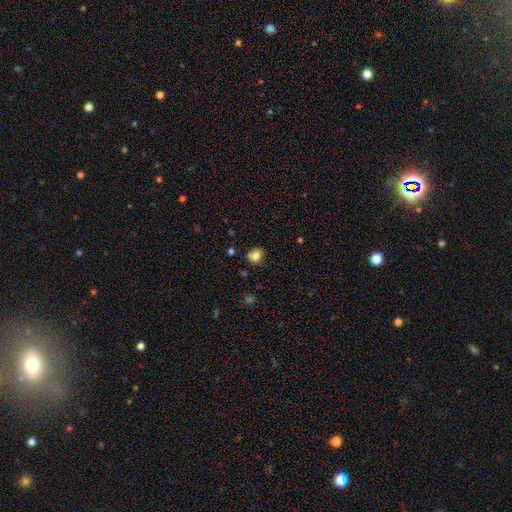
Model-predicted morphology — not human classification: A smooth galaxy with no disk features (79%) that is round (63%).

Vote fractions:
- Smooth or featured? smooth: 79% / star or artifact: 12% / featured or disk: 9%
- How rounded? round: 63% / in between: 36% / cigar-shaped: 1%
- Merging? none: 64% / minor disturbance: 21% / merger: 10% / major disturbance: 5%